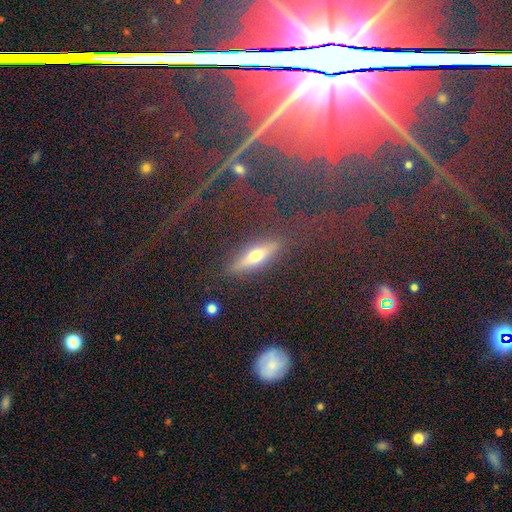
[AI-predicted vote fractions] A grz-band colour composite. It shows a smooth galaxy with no disk features (44%). Merging: none (86%).